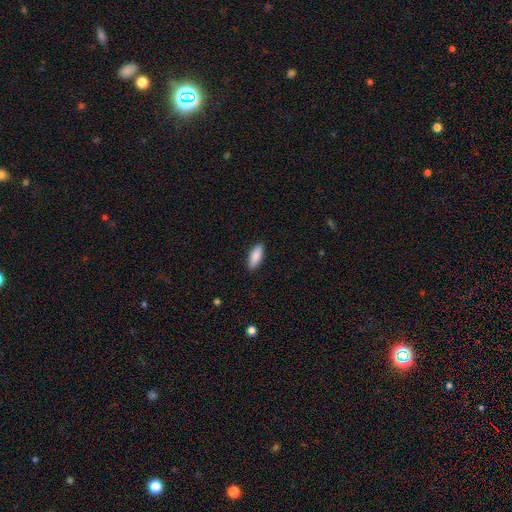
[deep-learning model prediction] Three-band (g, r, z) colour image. It shows a smooth galaxy with no disk features (88%) that is in between round and cigar-shaped (72%). Merging: none (89%).